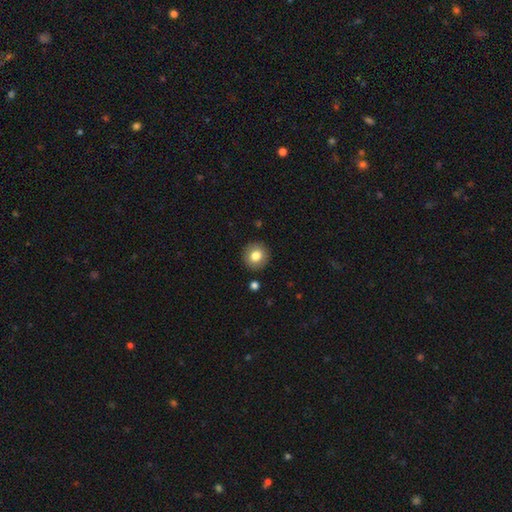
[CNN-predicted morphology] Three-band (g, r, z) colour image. It shows a smooth galaxy with no disk features (80%) that is round (90%). Merging: none (91%).